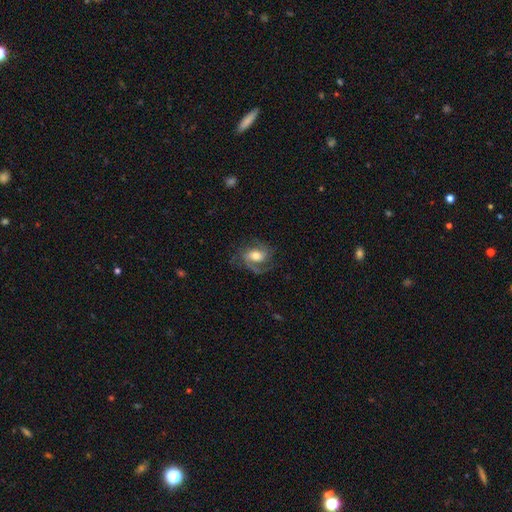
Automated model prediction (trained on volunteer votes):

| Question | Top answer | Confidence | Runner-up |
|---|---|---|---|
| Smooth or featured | featured or disk | 73% | smooth (19%) |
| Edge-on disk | no | 97% | yes (3%) |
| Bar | no | 48% | weak (38%) |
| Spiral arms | yes | 93% | no (7%) |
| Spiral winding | medium | 49% | loose (26%) |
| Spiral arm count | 2 | 61% | 3 (14%) |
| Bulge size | moderate | 60% | large (23%) |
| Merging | none | 66% | minor disturbance (19%) |